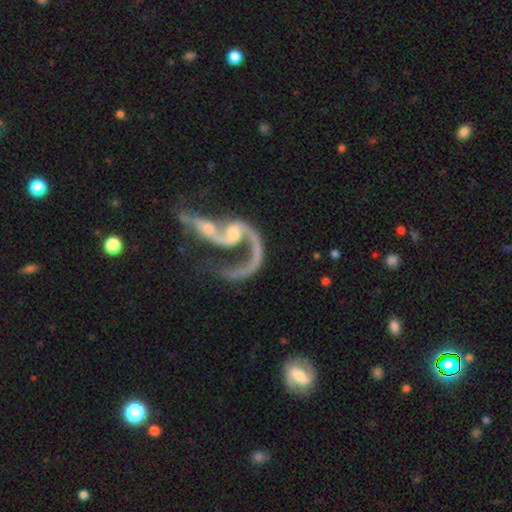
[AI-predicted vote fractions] Smooth or featured: featured or disk — 84% (smooth — 10%)
Edge-on disk: no — 96% (yes — 4%)
Bar: no — 57% (weak — 31%)
Spiral arms: yes — 87% (no — 13%)
Spiral winding: loose — 75% (medium — 20%)
Spiral arm count: 2 — 53% (1 — 39%)
Bulge size: small — 44% (moderate — 37%)
Merging: merger — 54% (major disturbance — 19%)